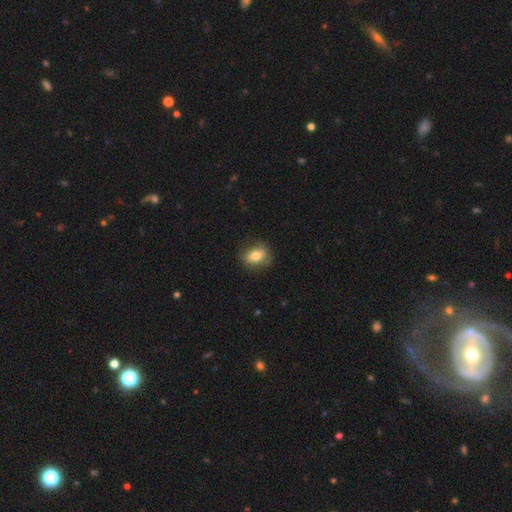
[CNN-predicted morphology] The model was most divided on "how rounded": in between: 61%, round: 37%, cigar-shaped: 2%. More confident: merging — none (78%); smooth or featured — smooth (69%).